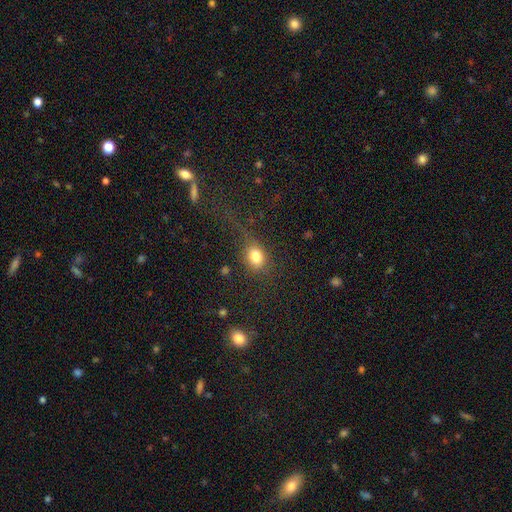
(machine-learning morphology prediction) type=smooth (79%); roundness=in between (60%); merging=none (55%).